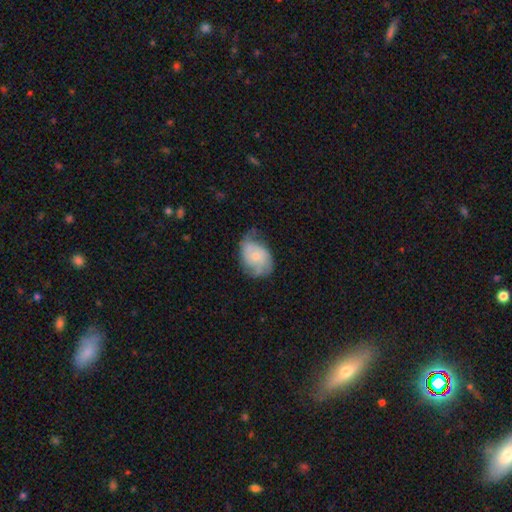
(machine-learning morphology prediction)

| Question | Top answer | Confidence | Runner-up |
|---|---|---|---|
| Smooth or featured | featured or disk | 53% | smooth (40%) |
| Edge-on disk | no | 97% | yes (3%) |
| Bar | no | 77% | weak (20%) |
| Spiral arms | yes | 79% | no (21%) |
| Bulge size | small | 62% | moderate (30%) |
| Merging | none | 45% | minor disturbance (37%) |